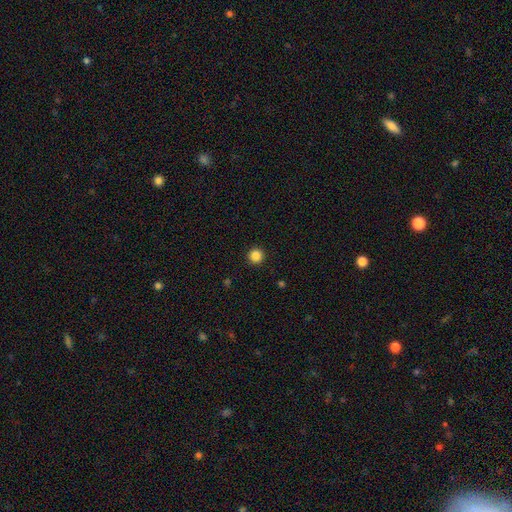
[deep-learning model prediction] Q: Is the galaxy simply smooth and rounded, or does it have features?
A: smooth — 86%.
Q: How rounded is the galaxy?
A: round — 96%.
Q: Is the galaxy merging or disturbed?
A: none — 93%.